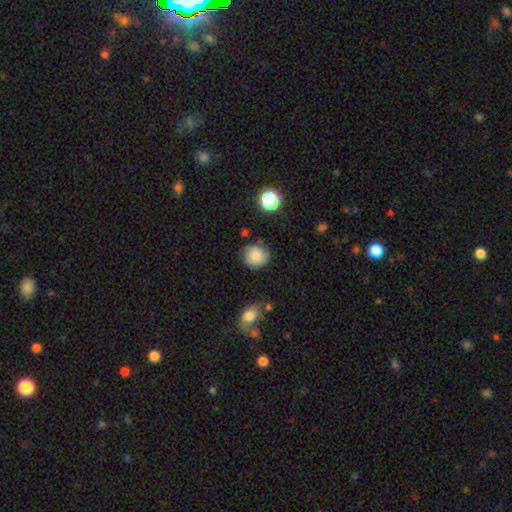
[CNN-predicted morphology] Q: Smooth or featured?
A: smooth (79%); runner-up: featured or disk (12%)
Q: How rounded?
A: round (85%); runner-up: in between (14%)
Q: Merging?
A: none (73%); runner-up: minor disturbance (19%)